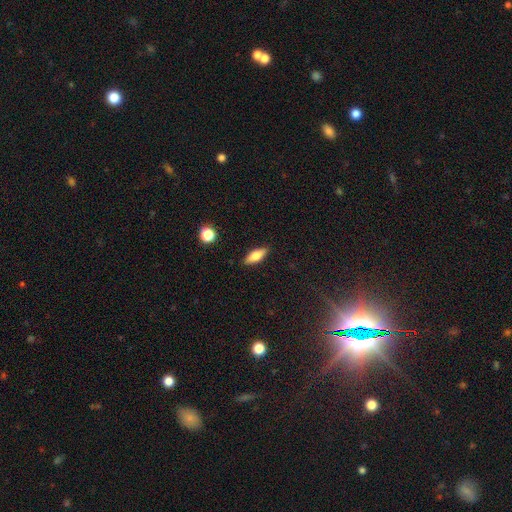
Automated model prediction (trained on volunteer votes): Smooth or featured?
  - smooth: 70% *
  - featured or disk: 23%
  - star or artifact: 7%
How rounded?
  - in between: 67% *
  - cigar-shaped: 30%
  - round: 3%
Merging?
  - none: 87% *
  - minor disturbance: 9%
  - major disturbance: 2%
  - merger: 1%